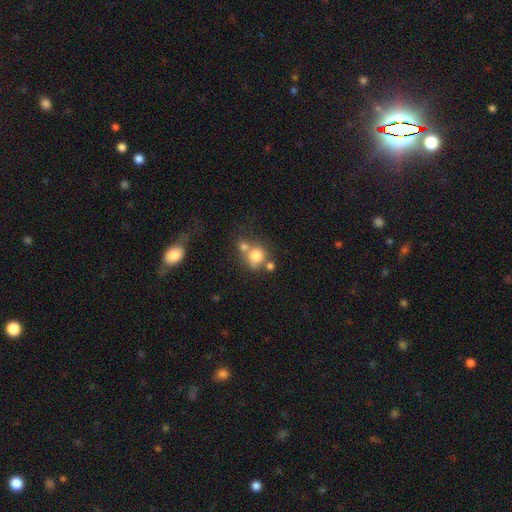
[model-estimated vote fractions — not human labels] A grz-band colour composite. It shows a smooth galaxy with no disk features (75%) that is round (83%). Merging: none (44%).